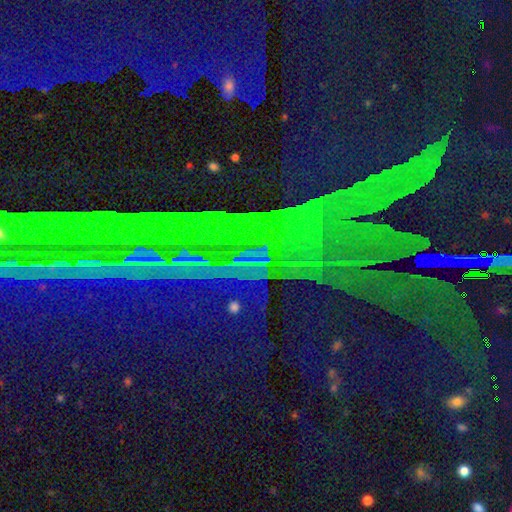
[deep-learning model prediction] smooth-or-featured: star or artifact: 89% | featured or disk: 6% | smooth: 5%